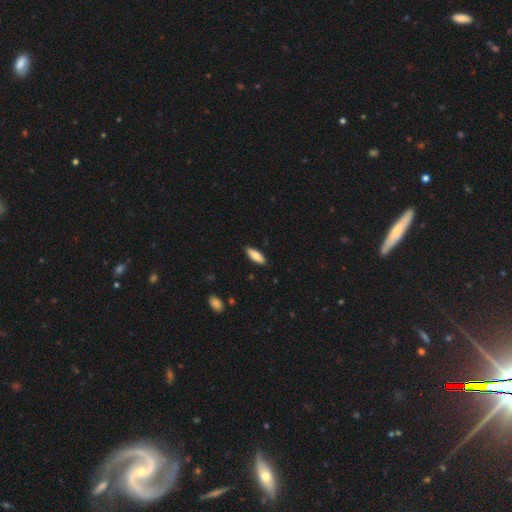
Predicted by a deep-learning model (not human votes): This appears to be a smooth galaxy with no disk features (81%) that is in between round and cigar-shaped (72%). Merging: none (87%).